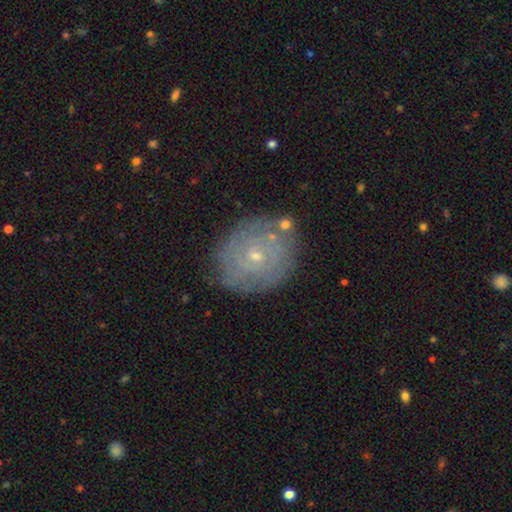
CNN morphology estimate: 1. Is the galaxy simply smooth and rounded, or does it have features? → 63% featured or disk, 26% smooth, 10% star or artifact.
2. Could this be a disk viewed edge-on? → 97% no, 3% yes.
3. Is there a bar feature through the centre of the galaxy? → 83% no, 14% weak, 3% strong.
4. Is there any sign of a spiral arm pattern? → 73% yes, 27% no.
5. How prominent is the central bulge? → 78% small, 19% moderate, 1% none, 1% large, 1% dominant.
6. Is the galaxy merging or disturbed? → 79% none, 14% minor disturbance, 4% major disturbance, 3% merger.